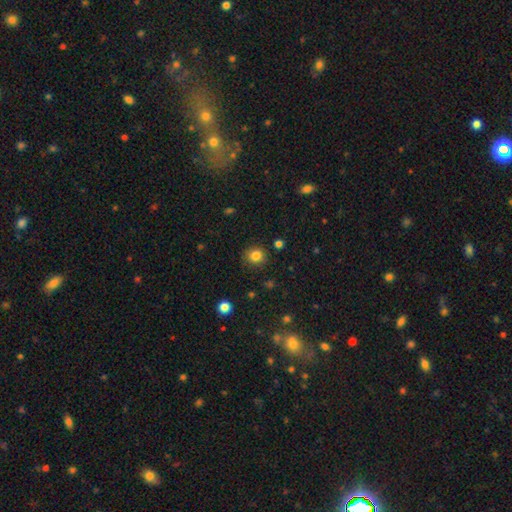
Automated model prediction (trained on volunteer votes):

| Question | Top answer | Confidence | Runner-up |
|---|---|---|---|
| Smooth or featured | smooth | 83% | star or artifact (12%) |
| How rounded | round | 89% | in between (10%) |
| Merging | none | 88% | minor disturbance (8%) |